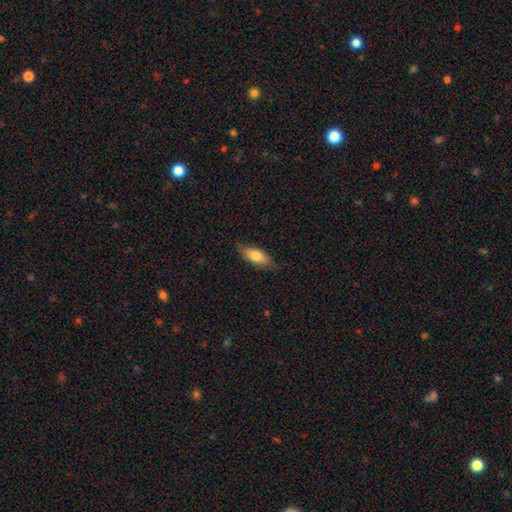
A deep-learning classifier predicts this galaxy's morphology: Smooth or featured?
  - smooth: 74% *
  - featured or disk: 20%
  - star or artifact: 6%
How rounded?
  - in between: 76% *
  - cigar-shaped: 21%
  - round: 3%
Merging?
  - none: 79% *
  - minor disturbance: 17%
  - major disturbance: 3%
  - merger: 1%